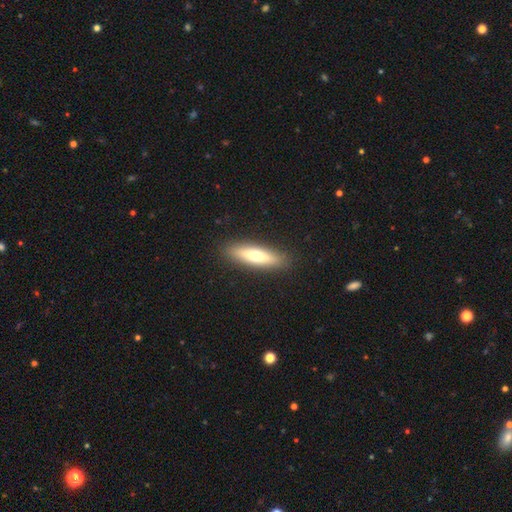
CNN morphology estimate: This is possibly a smooth galaxy (60%). How rounded: likely cigar-shaped (71%). Merging: clearly none (90%).